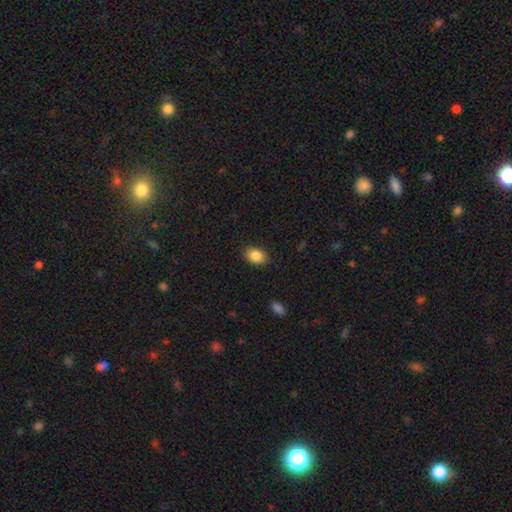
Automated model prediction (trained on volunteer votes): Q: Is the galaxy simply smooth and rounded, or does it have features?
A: smooth — 87%.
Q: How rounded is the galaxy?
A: in between — 82%.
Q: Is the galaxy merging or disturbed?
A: none — 87%.